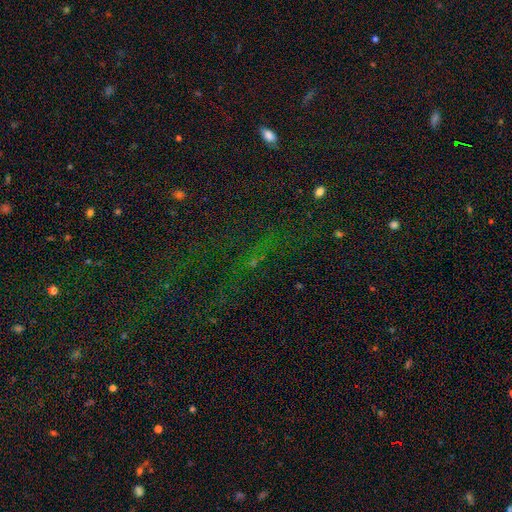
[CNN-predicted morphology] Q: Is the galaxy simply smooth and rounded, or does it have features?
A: star or artifact — 71%.